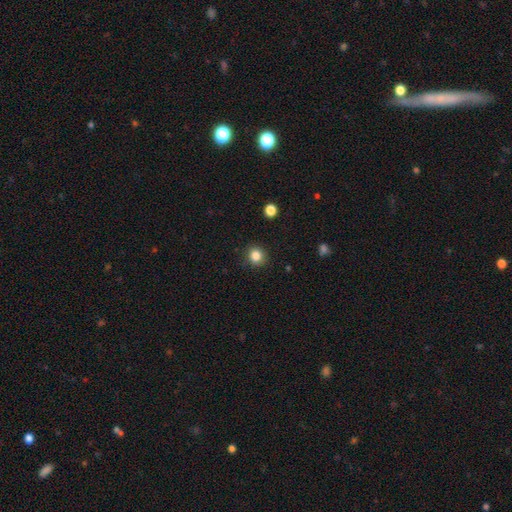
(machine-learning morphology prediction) This is clearly a smooth galaxy (84%). How rounded: clearly round (86%). Merging: clearly none (89%).